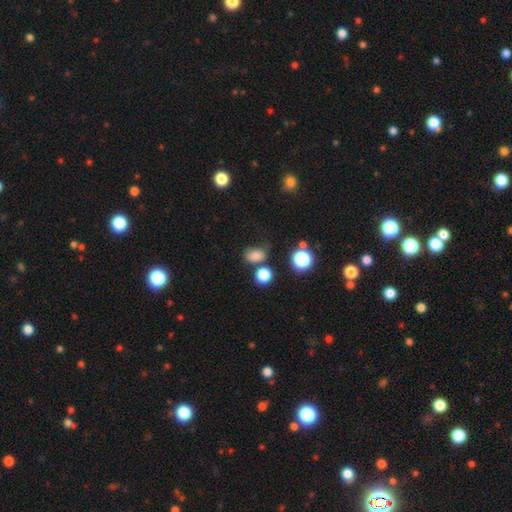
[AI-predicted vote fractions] Smooth or featured: smooth — 76% (star or artifact — 17%)
How rounded: in between — 66% (round — 32%)
Merging: none — 63% (minor disturbance — 19%)